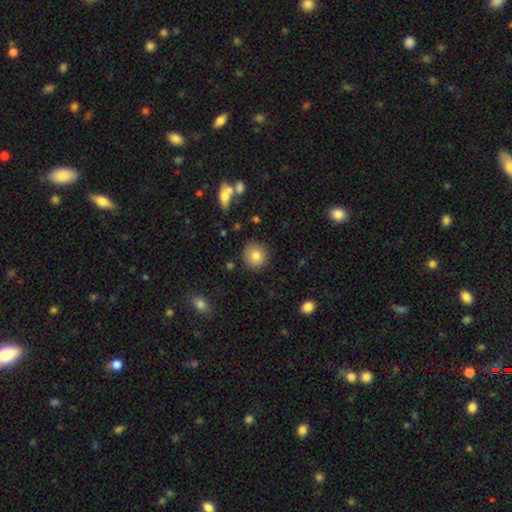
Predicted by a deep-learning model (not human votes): Q: Smooth or featured?
A: smooth (82%); runner-up: star or artifact (9%)
Q: How rounded?
A: round (91%); runner-up: in between (8%)
Q: Merging?
A: none (87%); runner-up: minor disturbance (9%)